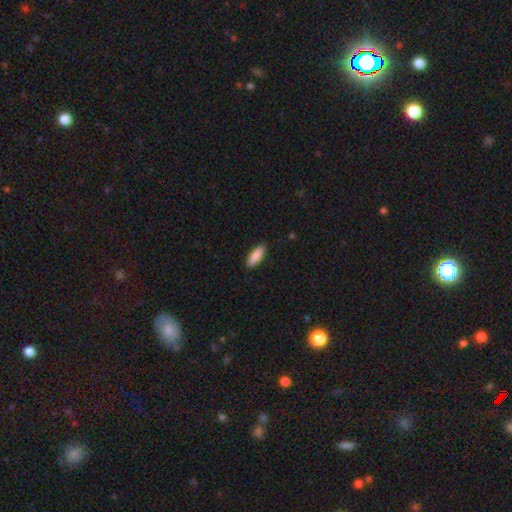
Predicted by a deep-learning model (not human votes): Smooth or featured? smooth (89%)
How rounded? in between (67%)
Merging? none (88%)